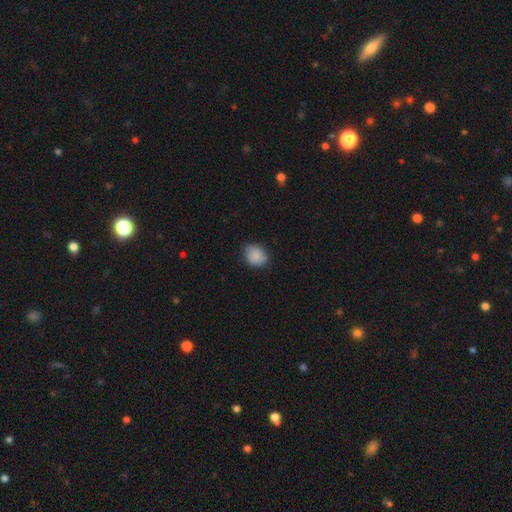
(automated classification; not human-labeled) Smooth or featured? smooth (88%)
How rounded? round (51%)
Merging? none (78%)